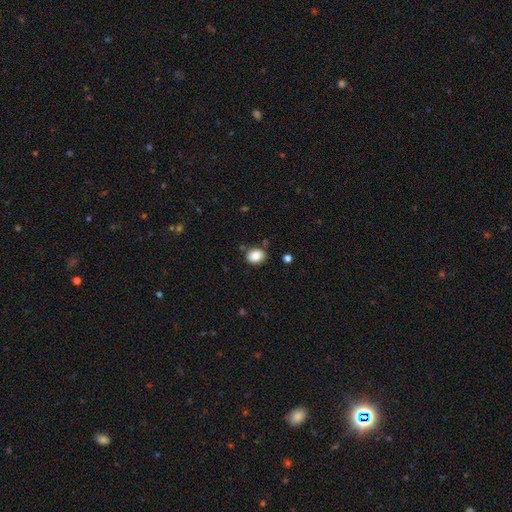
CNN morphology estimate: The model was most divided on "how rounded": in between: 59%, round: 40%, cigar-shaped: 1%. More confident: smooth or featured — smooth (86%); merging — none (77%).